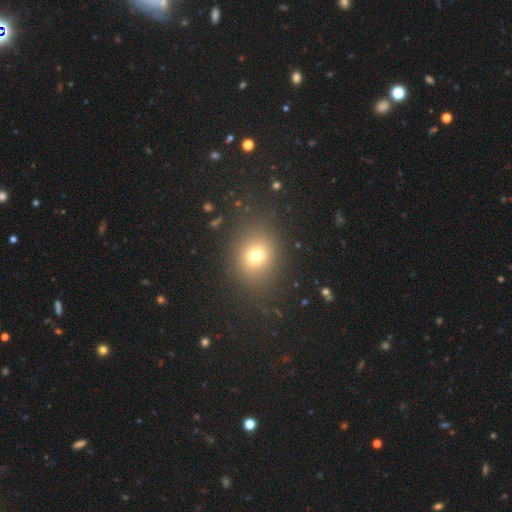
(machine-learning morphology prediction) Smooth or featured? Predicted: smooth (p=0.71). How rounded? Predicted: round (p=0.64). Merging? Predicted: none (p=0.82).